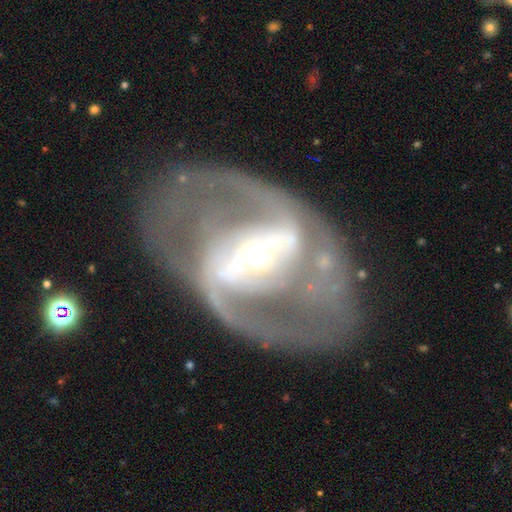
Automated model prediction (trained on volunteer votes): A featured or disk galaxy (89%) with a strong bar (70%), 2 (84%) medium (50%) spiral arms (88%) and a moderate central bulge (52%). Merging: none (71%).